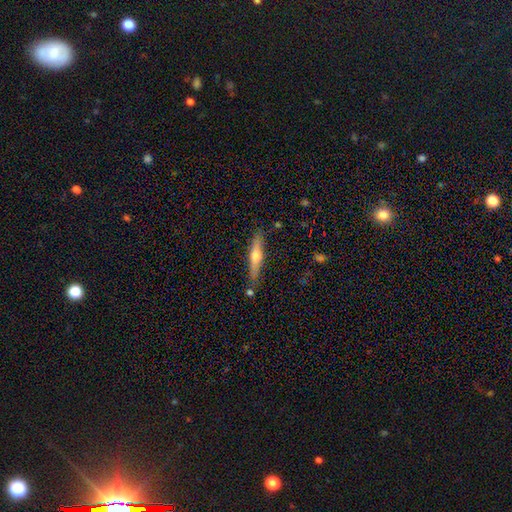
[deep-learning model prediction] featured or disk 53%, smooth 40%, star or artifact 6%. Down the decision tree: edge-on disk — yes (94%); edge-on bulge — rounded (89%); merging — none (80%).